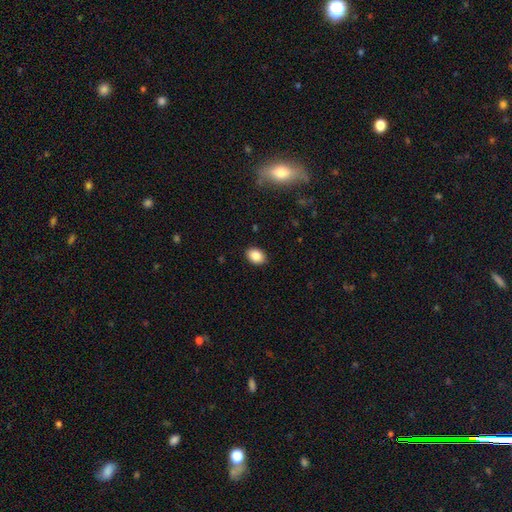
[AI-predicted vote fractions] Smooth or featured? smooth (86%)
How rounded? in between (76%)
Merging? none (89%)